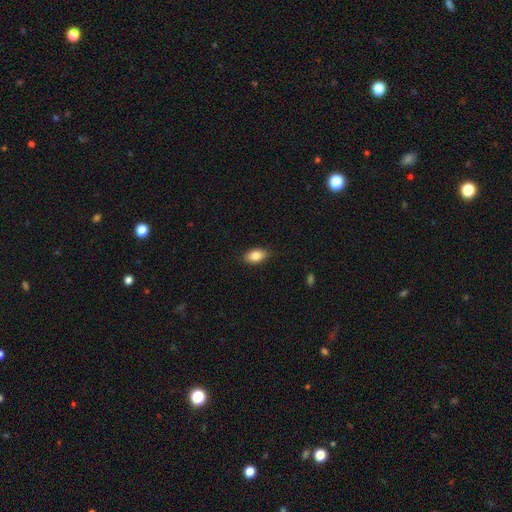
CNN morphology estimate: Smooth or featured? Predicted: smooth (p=0.85). How rounded? Predicted: in between (p=0.91). Merging? Predicted: none (p=0.87).